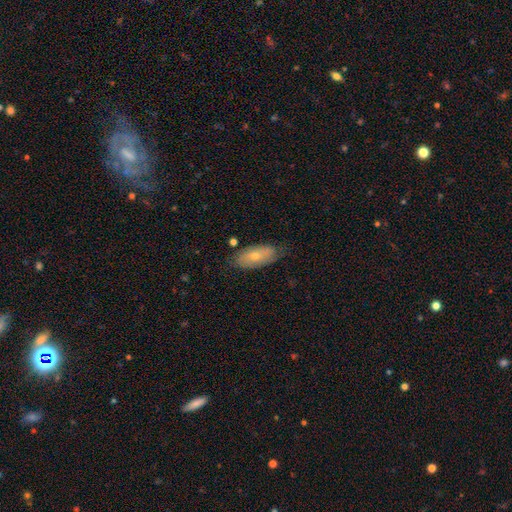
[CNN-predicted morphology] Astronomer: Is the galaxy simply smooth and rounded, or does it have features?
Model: smooth — 63%.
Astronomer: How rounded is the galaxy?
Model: in between — 88%.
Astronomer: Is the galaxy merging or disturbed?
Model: none — 72%.